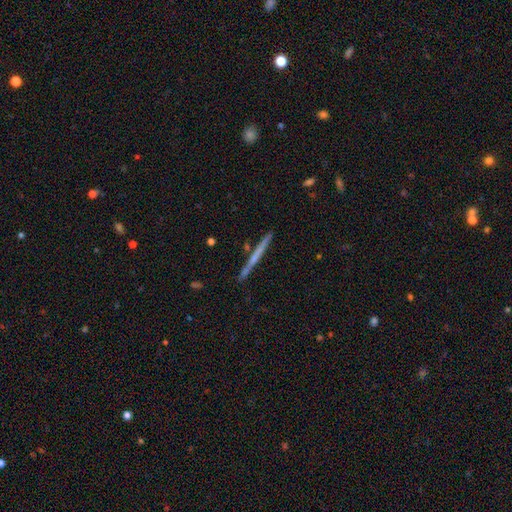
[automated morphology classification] featured or disk 56%, smooth 38%, star or artifact 6%. Down the decision tree: edge-on disk — yes (98%); edge-on bulge — none (78%); merging — none (90%).